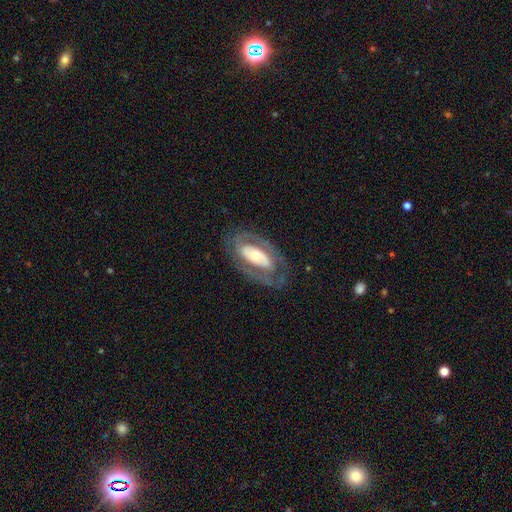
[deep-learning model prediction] A featured or disk galaxy (72%) with no bar (54%), no spiral arms (52%) and a moderate central bulge (59%).

Vote fractions:
- Smooth or featured? featured or disk: 72% / smooth: 23% / star or artifact: 5%
- Edge-on disk? no: 90% / yes: 10%
- Bar? no: 54% / strong: 24% / weak: 21%
- Spiral arms? no: 52% / yes: 48%
- Bulge size? moderate: 59% / small: 25% / large: 13% / dominant: 2% / none: 1%
- Merging? none: 74% / minor disturbance: 15% / major disturbance: 10% / merger: 1%